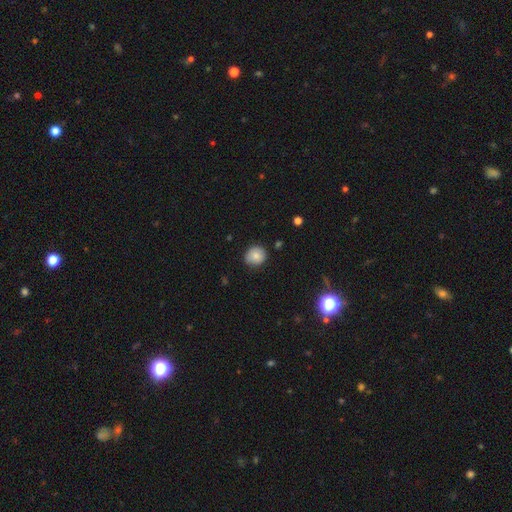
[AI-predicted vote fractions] This appears to be a smooth galaxy with no disk features (80%) that is round (84%). Merging: none (83%).